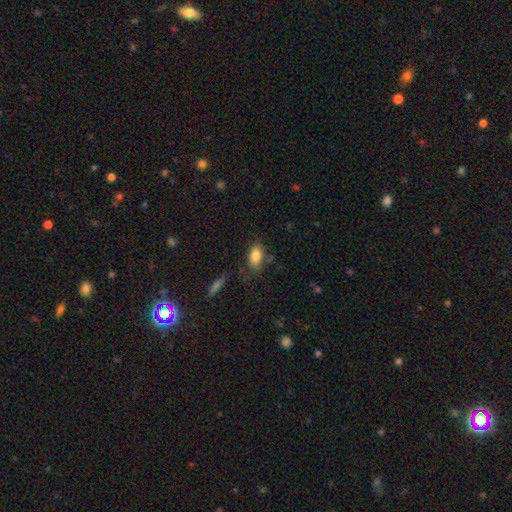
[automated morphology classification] type=smooth (83%); roundness=in between (88%); merging=none (74%).